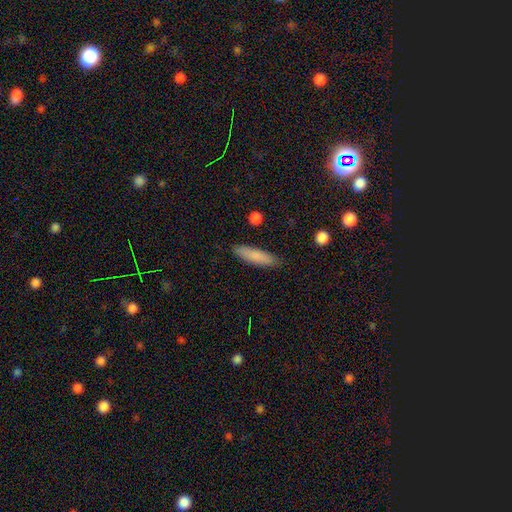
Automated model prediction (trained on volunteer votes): Smooth or featured?
  - smooth: 82% *
  - featured or disk: 11%
  - star or artifact: 7%
How rounded?
  - cigar-shaped: 75% *
  - in between: 23%
  - round: 2%
Merging?
  - none: 87% *
  - minor disturbance: 10%
  - major disturbance: 2%
  - merger: 1%